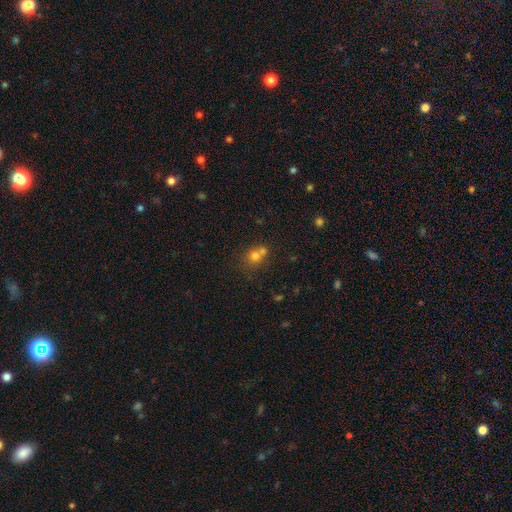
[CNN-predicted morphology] Smooth or featured: smooth — 69% (star or artifact — 18%)
How rounded: round — 76% (in between — 22%)
Merging: merger — 47% (none — 41%)